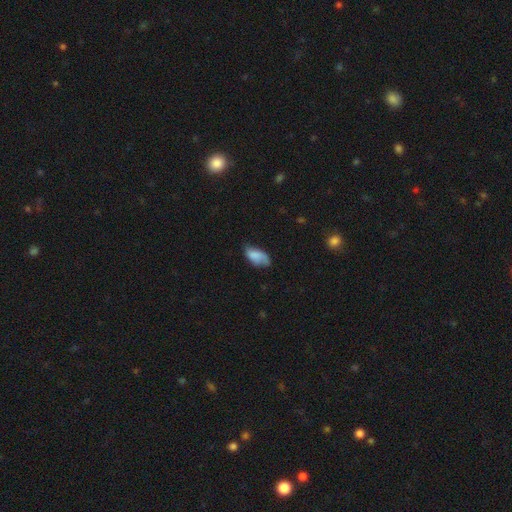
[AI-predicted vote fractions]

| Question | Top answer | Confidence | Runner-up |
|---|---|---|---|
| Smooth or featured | smooth | 73% | featured or disk (19%) |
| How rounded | in between | 92% | cigar-shaped (4%) |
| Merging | none | 49% | minor disturbance (36%) |